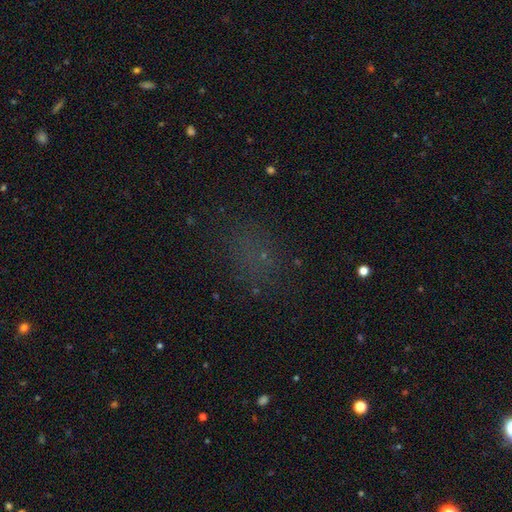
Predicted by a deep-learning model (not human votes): This appears to be a smooth galaxy with no disk features (46%). Merging: none (72%).